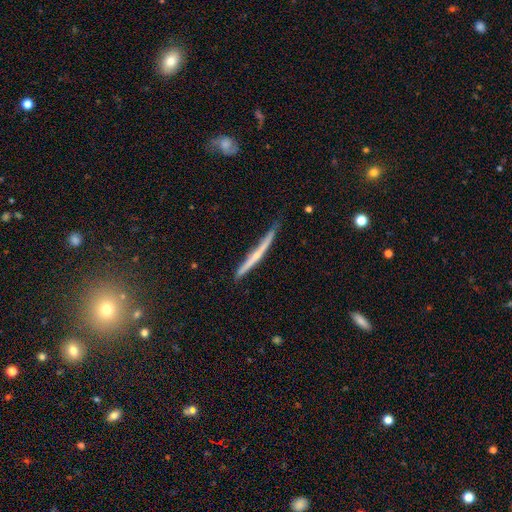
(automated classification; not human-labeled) Smooth or featured? Predicted: featured or disk (p=0.66). Edge-on disk? Predicted: yes (p=0.97). Edge-on bulge? Predicted: rounded (p=0.52). Merging? Predicted: none (p=0.77).